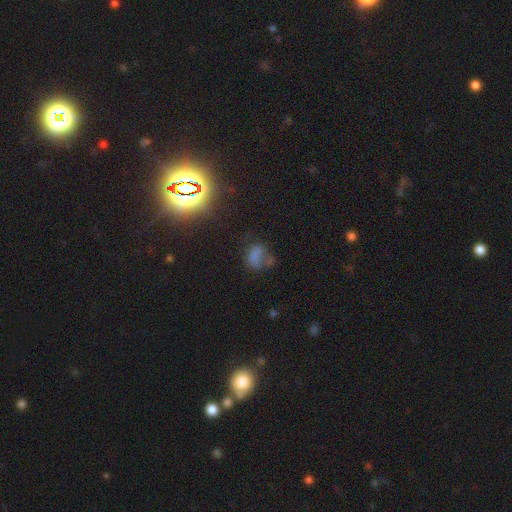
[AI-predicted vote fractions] This appears to be a smooth galaxy with no disk features (57%) that is in between round and cigar-shaped (69%). Merging: none (37%).